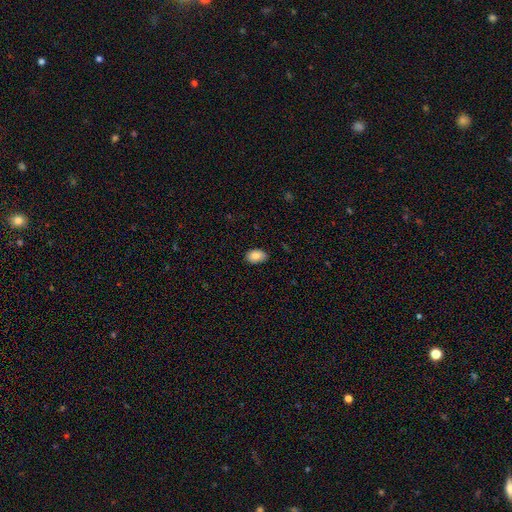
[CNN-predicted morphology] Smooth or featured?
  - smooth: 85% *
  - featured or disk: 8%
  - star or artifact: 7%
How rounded?
  - in between: 87% *
  - round: 12%
  - cigar-shaped: 1%
Merging?
  - none: 82% *
  - minor disturbance: 15%
  - major disturbance: 2%
  - merger: 1%